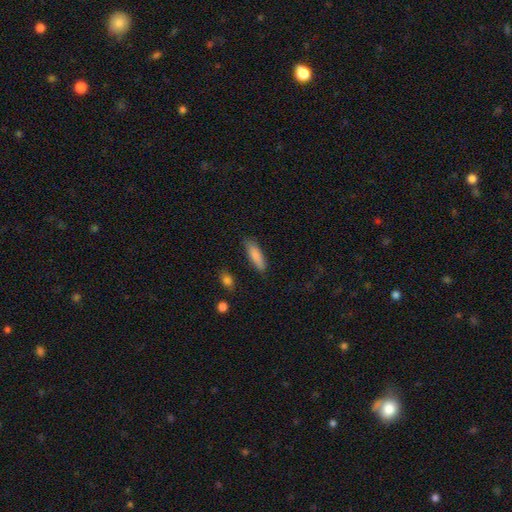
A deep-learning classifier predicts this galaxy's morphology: type=smooth (85%); roundness=cigar-shaped (55%); merging=none (83%).